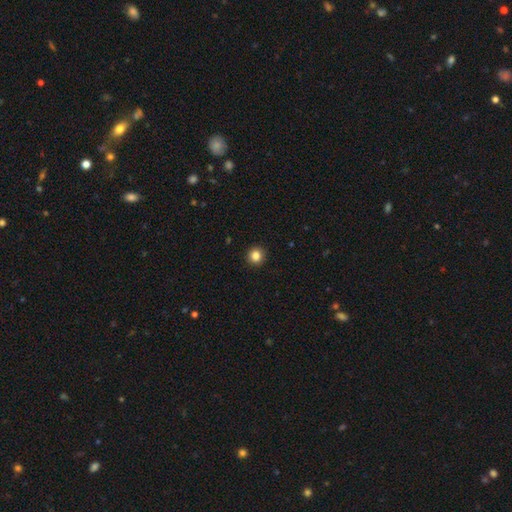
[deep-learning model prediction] Smooth or featured? Predicted: smooth (p=0.85). How rounded? Predicted: round (p=0.92). Merging? Predicted: none (p=0.93).